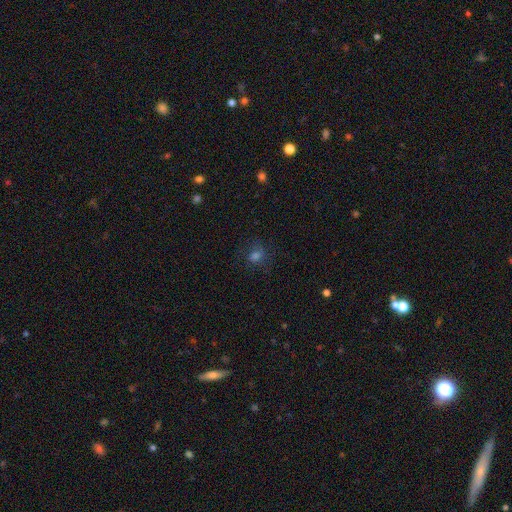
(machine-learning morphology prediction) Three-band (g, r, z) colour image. It shows a smooth galaxy with no disk features (52%) that is round (66%). Merging: none (70%).